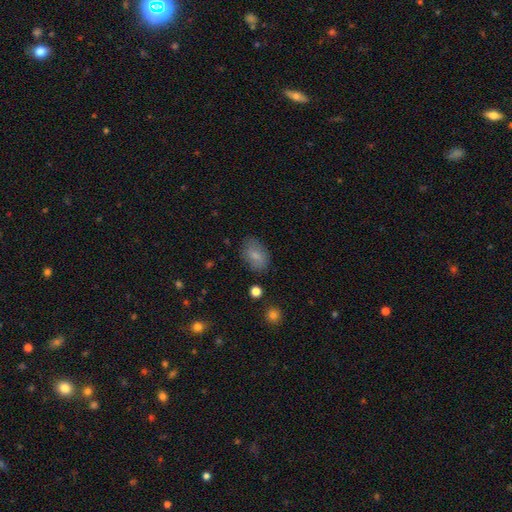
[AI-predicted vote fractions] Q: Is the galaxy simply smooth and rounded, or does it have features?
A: smooth — 80%.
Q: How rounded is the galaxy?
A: in between — 85%.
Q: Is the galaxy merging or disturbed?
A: none — 79%.